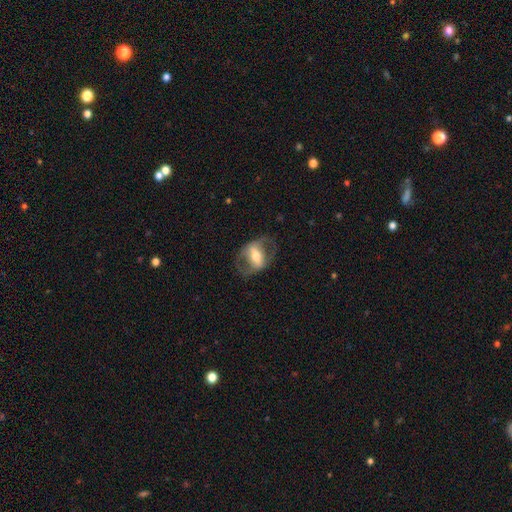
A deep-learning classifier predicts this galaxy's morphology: Overall: featured or disk (67%; smooth 27%). Edge-on disk: no (85%). Bar: strong (58%; weak 24%). Spiral arms: no (64%; yes 36%). Bulge size: moderate (59%; small 24%). Merging: none (67%).